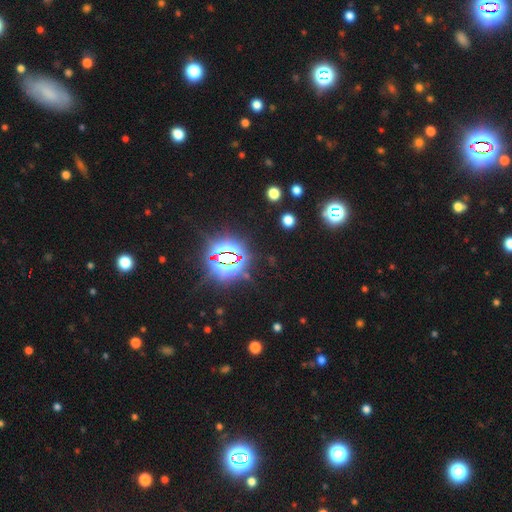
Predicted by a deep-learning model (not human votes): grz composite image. It shows a star or artifact, not a galaxy (80%).